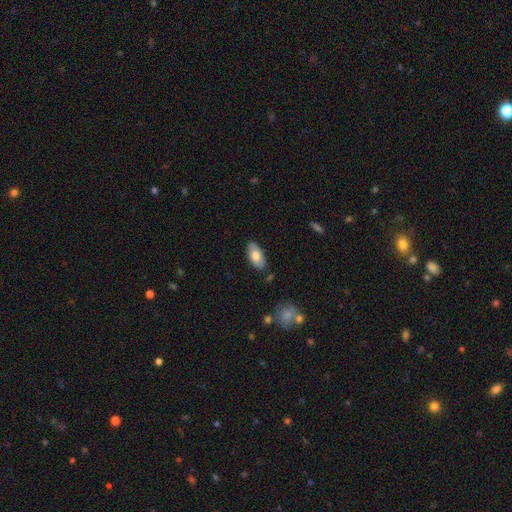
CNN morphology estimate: Overall: smooth (73%). How rounded: in between (94%). Merging: none (83%).